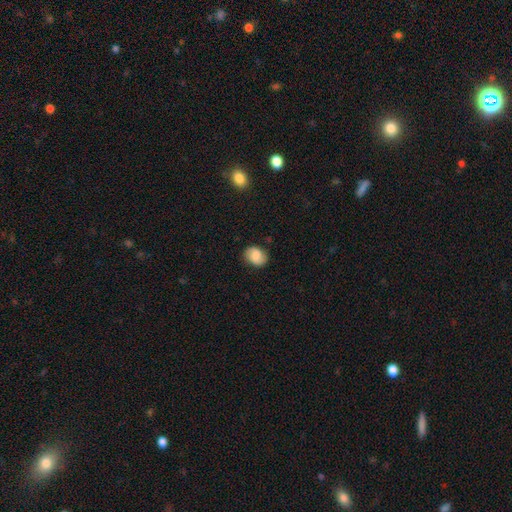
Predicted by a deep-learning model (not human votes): Q: Smooth or featured?
A: smooth (68%); runner-up: featured or disk (23%)
Q: How rounded?
A: in between (54%); runner-up: round (45%)
Q: Merging?
A: none (80%); runner-up: minor disturbance (15%)